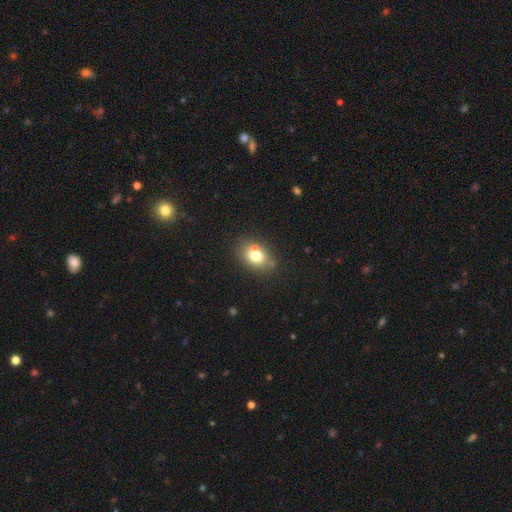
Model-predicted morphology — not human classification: Q: Smooth or featured?
A: smooth (72%); runner-up: featured or disk (17%)
Q: How rounded?
A: in between (63%); runner-up: round (35%)
Q: Merging?
A: none (65%); runner-up: merger (17%)